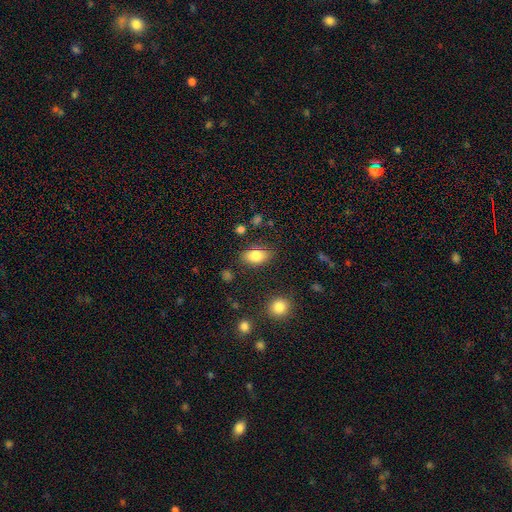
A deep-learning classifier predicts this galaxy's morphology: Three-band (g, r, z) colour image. It shows a smooth galaxy with no disk features (82%) that is in between round and cigar-shaped (89%). Merging: none (80%).